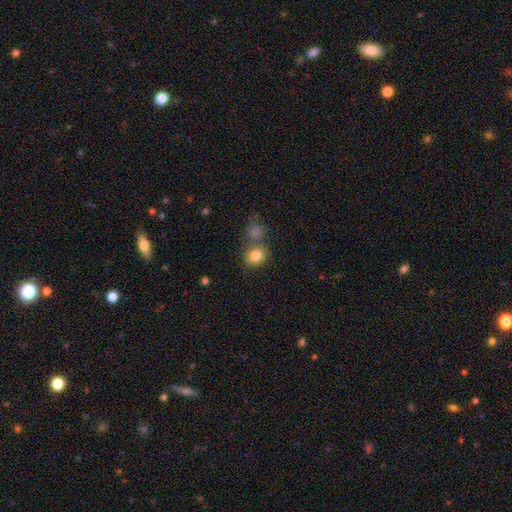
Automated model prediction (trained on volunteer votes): Morphology: type=smooth (83%); roundness=round (72%); merging=none (60%).